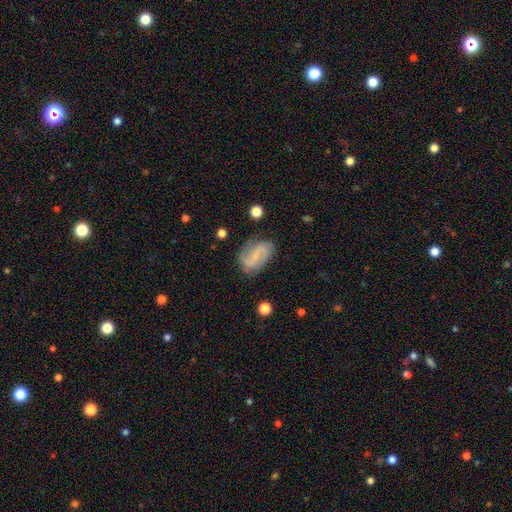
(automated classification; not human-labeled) Overall: featured or disk (74%). Edge-on disk: no (97%). Bar: weak (45%; no 33%). Spiral arms: yes (92%). Spiral arm count: 2 (86%). Spiral winding: loose (48%; medium 36%). Bulge size: small (58%; none 28%). Merging: none (74%).